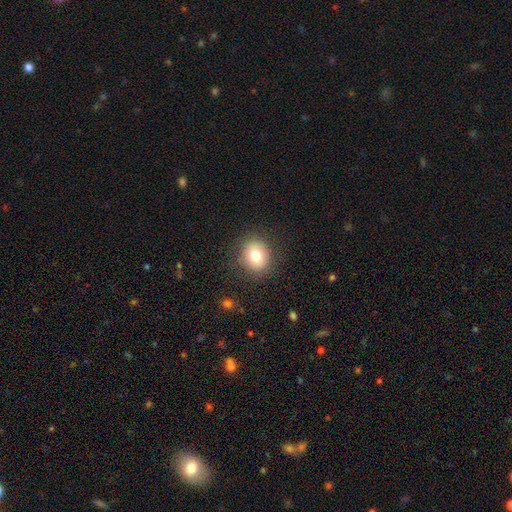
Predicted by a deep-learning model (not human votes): smooth_or_featured: smooth (p=0.78) [alt: featured or disk p=0.12]
how_rounded: round (p=0.73) [alt: in between p=0.26]
merging: none (p=0.86) [alt: minor disturbance p=0.09]